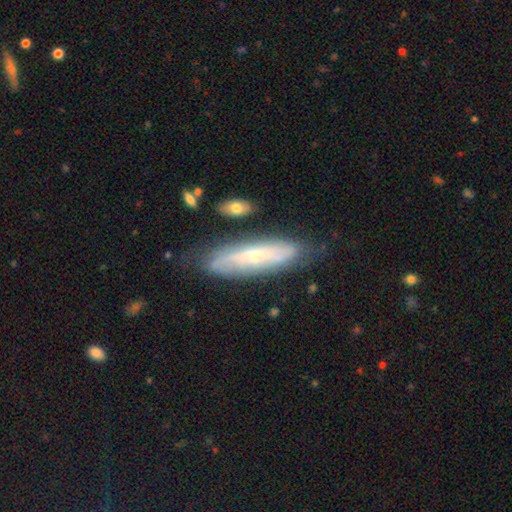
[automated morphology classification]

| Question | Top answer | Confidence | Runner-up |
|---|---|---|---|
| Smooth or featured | featured or disk | 58% | smooth (35%) |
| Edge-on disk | no | 63% | yes (37%) |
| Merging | none | 71% | minor disturbance (20%) |